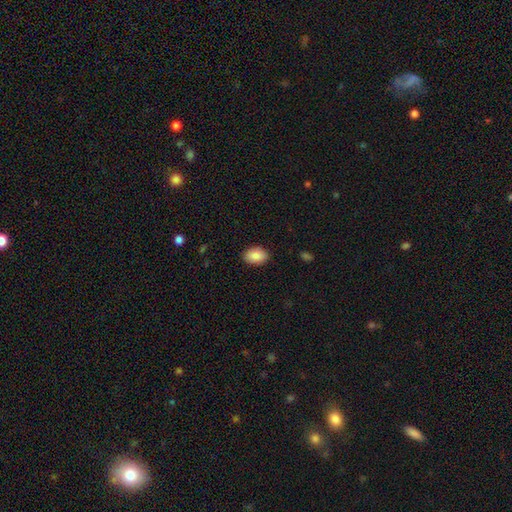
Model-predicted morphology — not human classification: Smooth or featured? Predicted: smooth (p=0.87). How rounded? Predicted: in between (p=0.86). Merging? Predicted: none (p=0.88).